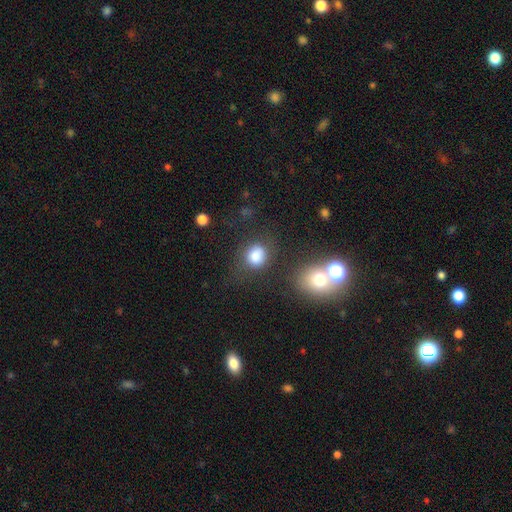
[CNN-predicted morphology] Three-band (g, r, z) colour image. It shows a smooth galaxy with no disk features (83%) that is round (69%). Merging: none (67%).